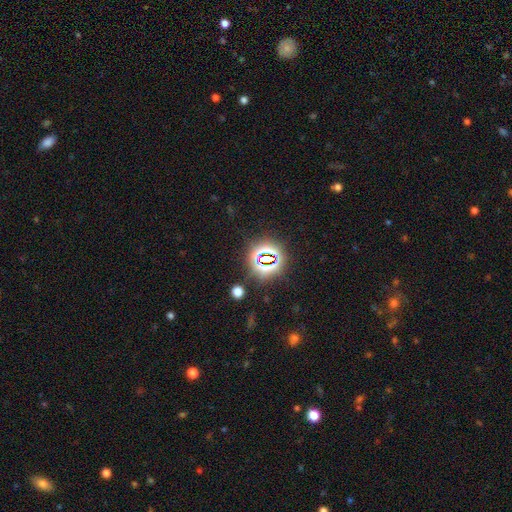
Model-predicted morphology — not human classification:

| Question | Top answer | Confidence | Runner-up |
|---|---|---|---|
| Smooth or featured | star or artifact | 74% | smooth (17%) |